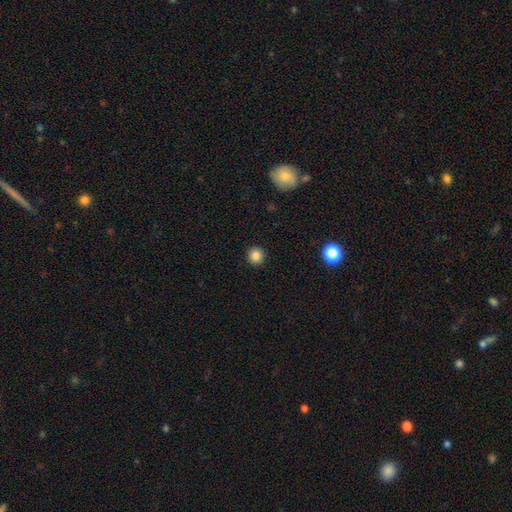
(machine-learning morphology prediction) Smooth or featured?
  - smooth: 85% *
  - star or artifact: 11%
  - featured or disk: 4%
How rounded?
  - round: 94% *
  - in between: 5%
  - cigar-shaped: 1%
Merging?
  - none: 92% *
  - minor disturbance: 5%
  - major disturbance: 2%
  - merger: 1%